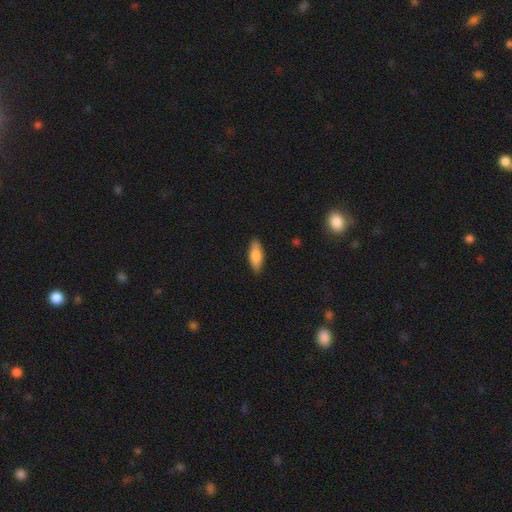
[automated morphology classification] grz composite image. It shows a smooth galaxy with no disk features (81%) that is in between round and cigar-shaped (67%). Merging: none (87%).